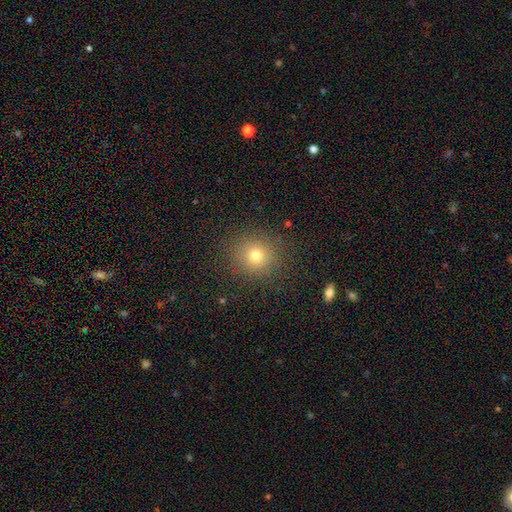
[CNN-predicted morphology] Smooth or featured? Predicted: smooth (p=0.74). How rounded? Predicted: round (p=0.90). Merging? Predicted: none (p=0.89).